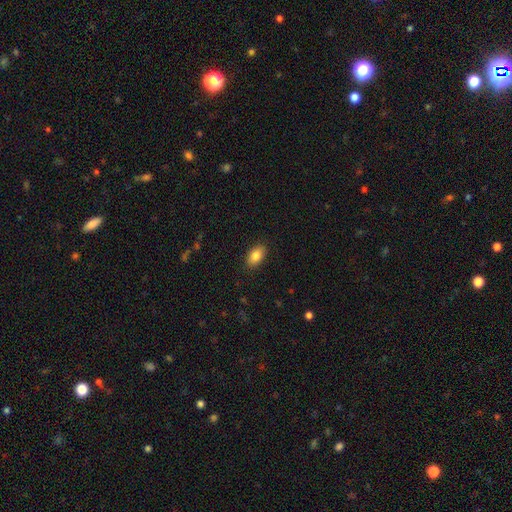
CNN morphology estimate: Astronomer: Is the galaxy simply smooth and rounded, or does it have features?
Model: smooth — 85%.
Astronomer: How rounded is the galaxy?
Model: in between — 91%.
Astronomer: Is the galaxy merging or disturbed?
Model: none — 88%.